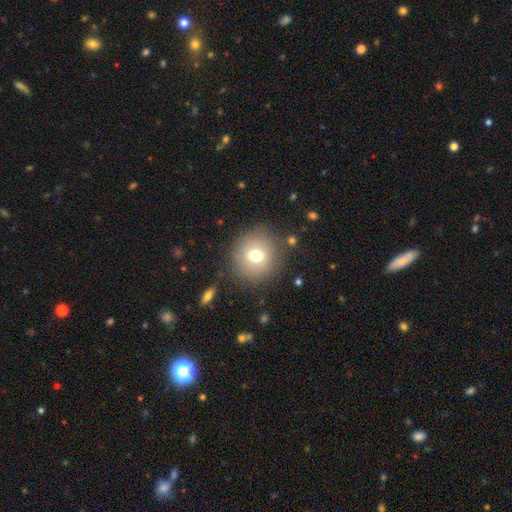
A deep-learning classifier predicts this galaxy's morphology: Smooth or featured? smooth (71%)
How rounded? round (90%)
Merging? none (84%)